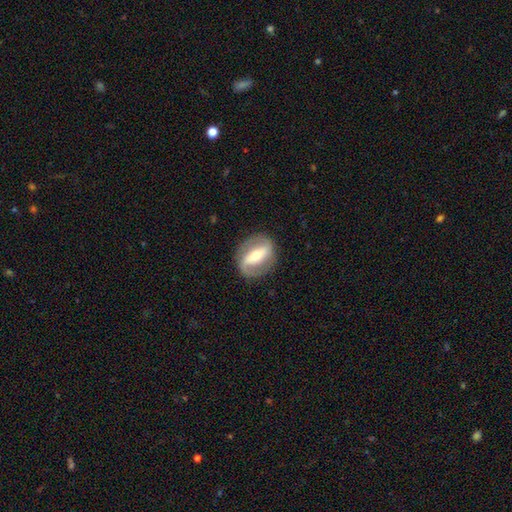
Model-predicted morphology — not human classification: smooth-or-featured: featured or disk: 78% | smooth: 16% | star or artifact: 5%
  disk-edge-on: no: 92% | yes: 8%
    bar: strong: 64% | weak: 23% | no: 13%
    has-spiral-arms: yes: 78% | no: 22%
      spiral-winding: medium: 40% | tight: 31% | loose: 29%
      spiral-arm-count: 2: 85% | can't tell: 7% | 1: 6% | 3: 1% | 4: 1% | more than 4: 1%
    bulge-size: moderate: 61% | small: 32% | large: 5% | dominant: 1% | none: 1%
  merging: none: 84% | minor disturbance: 11% | major disturbance: 5% | merger: 1%